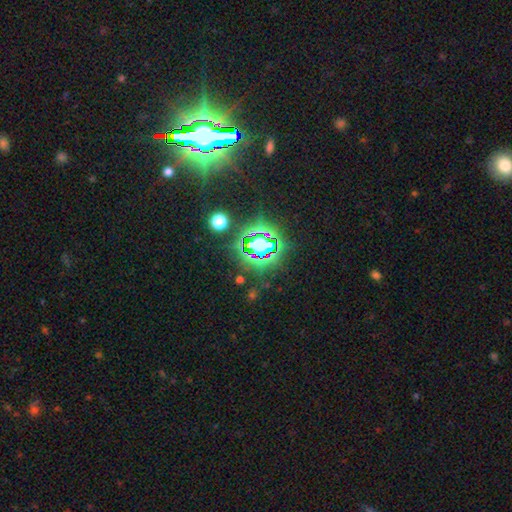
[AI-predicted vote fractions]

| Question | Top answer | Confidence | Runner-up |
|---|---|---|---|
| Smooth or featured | star or artifact | 84% | smooth (9%) |